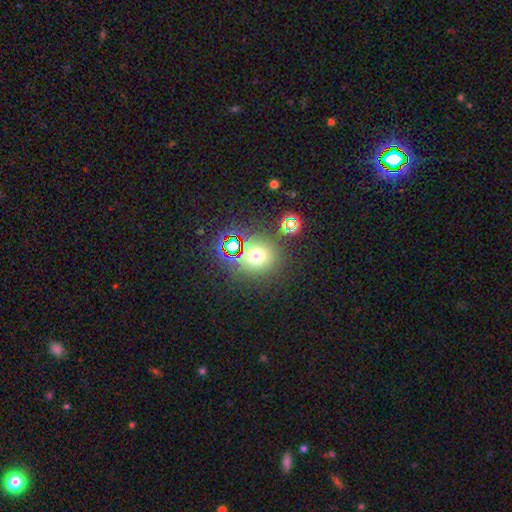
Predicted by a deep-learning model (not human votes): smooth 60%, star or artifact 31%, featured or disk 9%. Down the decision tree: how rounded — round (84%); merging — none (77%).